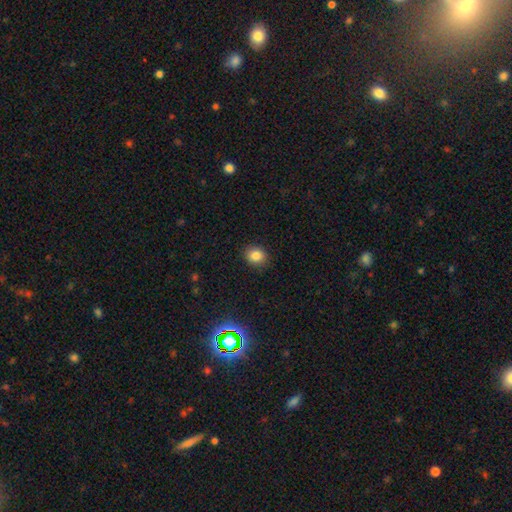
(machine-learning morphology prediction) smooth_or_featured: smooth (p=0.84) [alt: star or artifact p=0.11]
how_rounded: round (p=0.64) [alt: in between p=0.36]
merging: none (p=0.89) [alt: minor disturbance p=0.07]